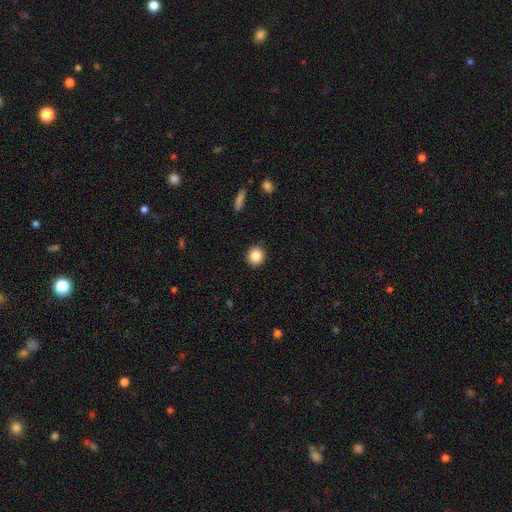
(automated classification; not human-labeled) Smooth or featured? smooth (86%)
How rounded? round (90%)
Merging? none (91%)